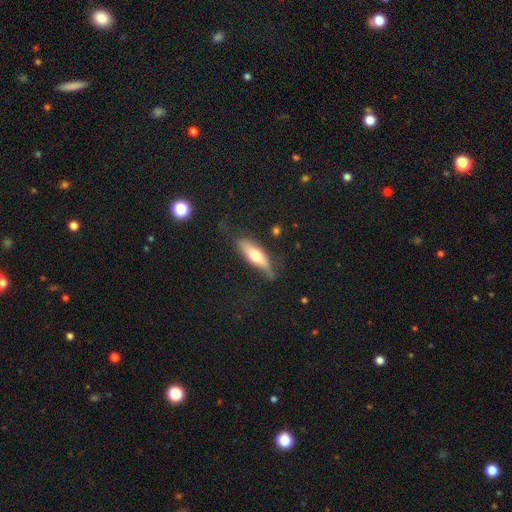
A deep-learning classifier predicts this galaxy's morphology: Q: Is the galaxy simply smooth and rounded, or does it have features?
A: smooth — 57%.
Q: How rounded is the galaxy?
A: cigar-shaped — 50%.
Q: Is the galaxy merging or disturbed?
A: none — 66%.